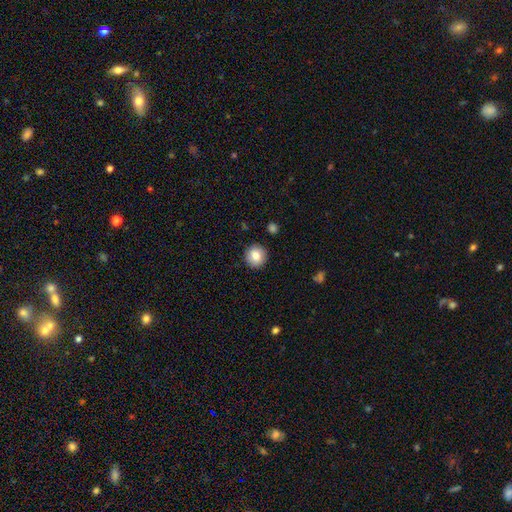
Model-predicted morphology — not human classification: type=smooth (83%); roundness=round (94%); merging=none (91%).